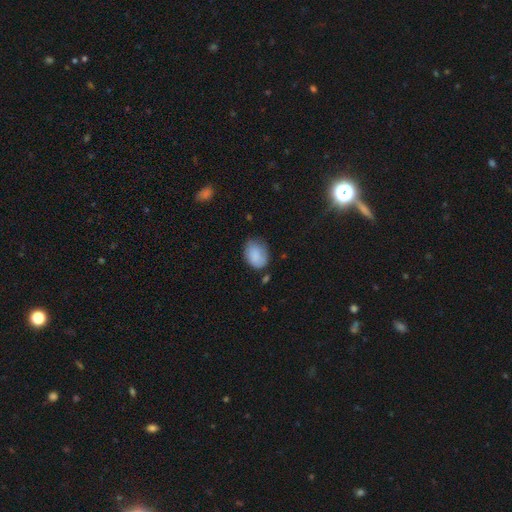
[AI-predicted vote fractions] Smooth or featured: smooth — 85% (star or artifact — 7%)
How rounded: in between — 71% (round — 28%)
Merging: none — 60% (minor disturbance — 30%)